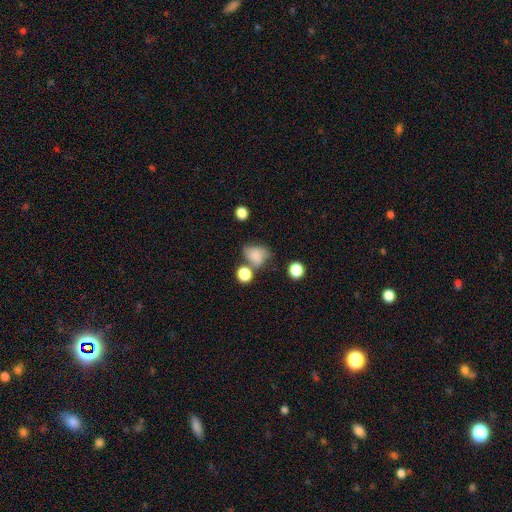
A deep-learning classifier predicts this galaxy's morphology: A smooth galaxy with no disk features (73%) that is in between round and cigar-shaped (58%). Merging: none (40%).